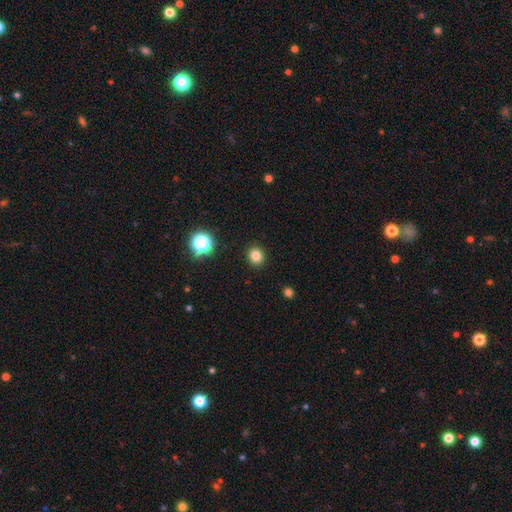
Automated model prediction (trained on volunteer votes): This appears to be a smooth galaxy with no disk features (82%) that is round (85%). Merging: none (92%).